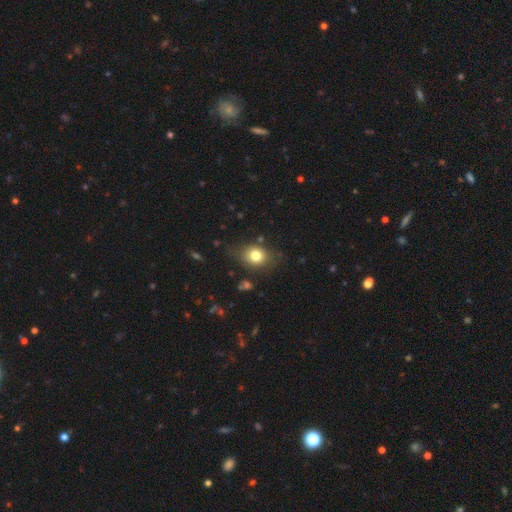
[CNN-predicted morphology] This is likely a smooth galaxy (78%). How rounded: possibly round (52%). Merging: likely none (73%).